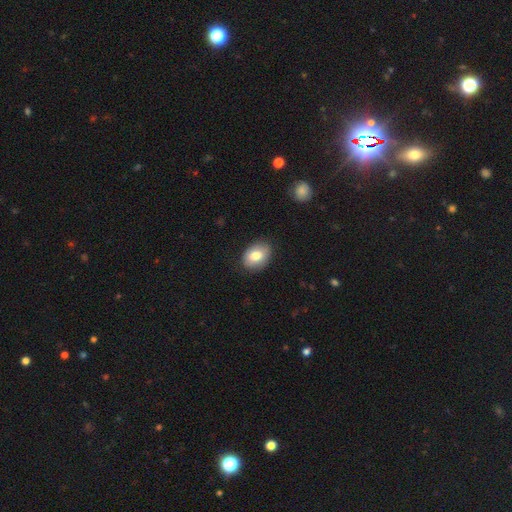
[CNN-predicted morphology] This is likely a smooth galaxy (79%). How rounded: likely in between (78%). Merging: clearly none (85%).